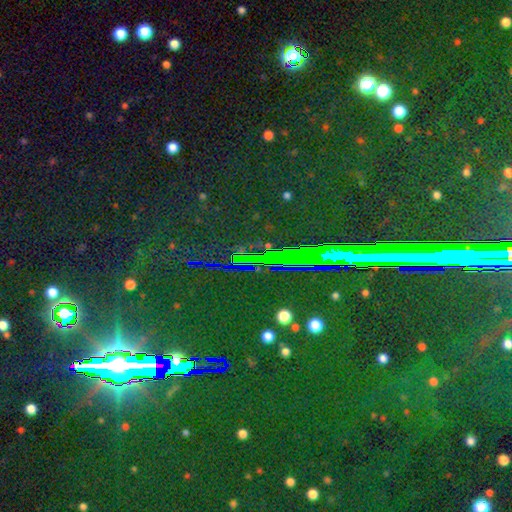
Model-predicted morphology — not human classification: smooth-or-featured: star or artifact: 83% | featured or disk: 9% | smooth: 8%